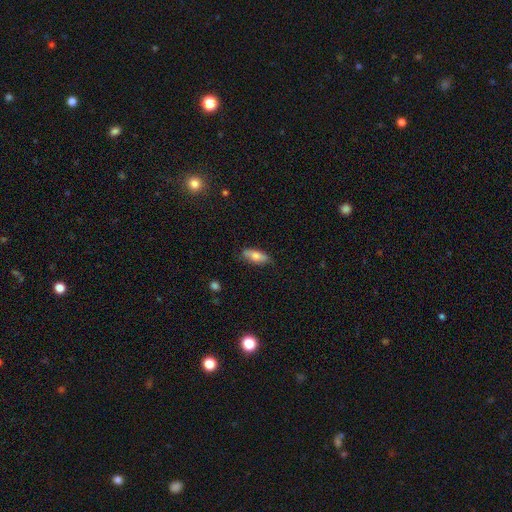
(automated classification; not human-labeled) smooth-or-featured: smooth: 73% | featured or disk: 20% | star or artifact: 7%
  how-rounded: in between: 75% | cigar-shaped: 22% | round: 3%
  merging: none: 74% | minor disturbance: 20% | major disturbance: 3% | merger: 2%